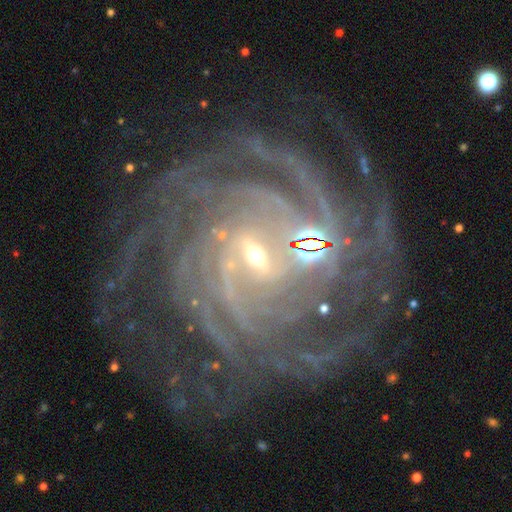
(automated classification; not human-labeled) A featured or disk galaxy (91%) with a weak bar (45%), 4 (29%, tied with more than 4) tight (72%) spiral arms (98%) and a small central bulge (74%).

Vote fractions:
- Smooth or featured? featured or disk: 91% / star or artifact: 6% / smooth: 3%
- Edge-on disk? no: 98% / yes: 2%
- Bar? weak: 45% / strong: 30% / no: 25%
- Spiral arms? yes: 98% / no: 2%
- Spiral winding? tight: 72% / medium: 24% / loose: 4%
- Spiral arm count? 4: 29% (tied) / more than 4: 29% (tied) / can't tell: 14% / 3: 12% / 2: 9% / 1: 7%
- Bulge size? small: 74% / moderate: 20% / none: 3% / large: 2% / dominant: 1%
- Merging? none: 68% / minor disturbance: 15% / major disturbance: 10% / merger: 7%